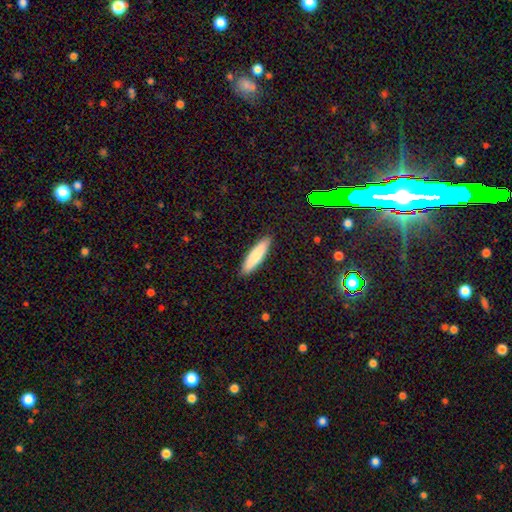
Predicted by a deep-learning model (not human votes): A smooth galaxy with no disk features (82%) that is cigar-shaped (76%).

Vote fractions:
- Smooth or featured? smooth: 82% / featured or disk: 13% / star or artifact: 5%
- How rounded? cigar-shaped: 76% / in between: 23% / round: 1%
- Merging? none: 90% / minor disturbance: 7% / major disturbance: 2% / merger: 1%